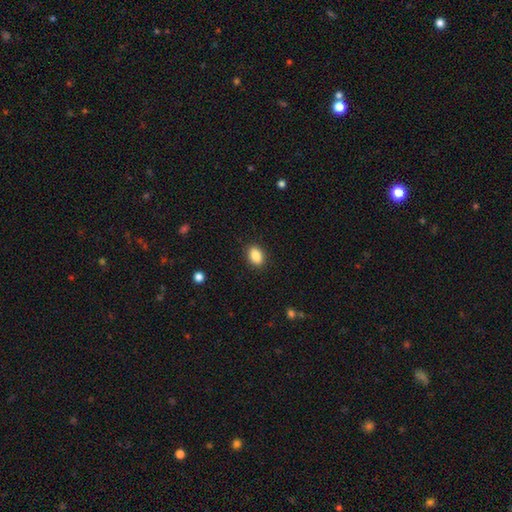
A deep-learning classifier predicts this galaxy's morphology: Overall: smooth (87%). How rounded: in between (83%). Merging: none (89%).